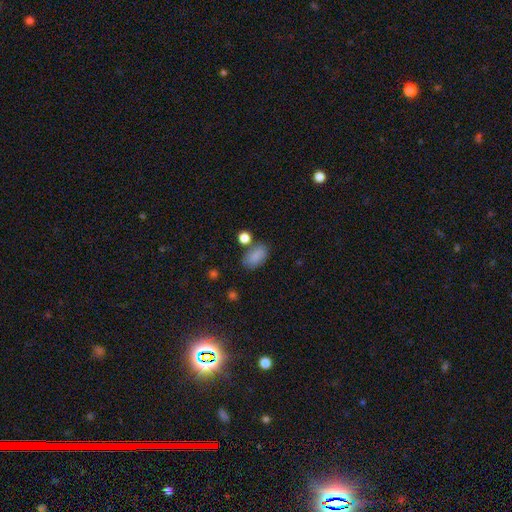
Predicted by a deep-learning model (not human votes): smooth 85%, star or artifact 9%, featured or disk 7%. Down the decision tree: how rounded — in between (90%); merging — none (67%).